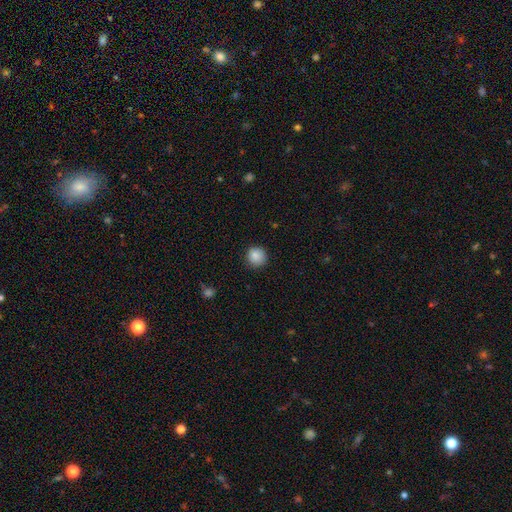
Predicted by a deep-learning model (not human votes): smooth 87%, star or artifact 9%, featured or disk 4%. Down the decision tree: how rounded — round (93%); merging — none (88%).